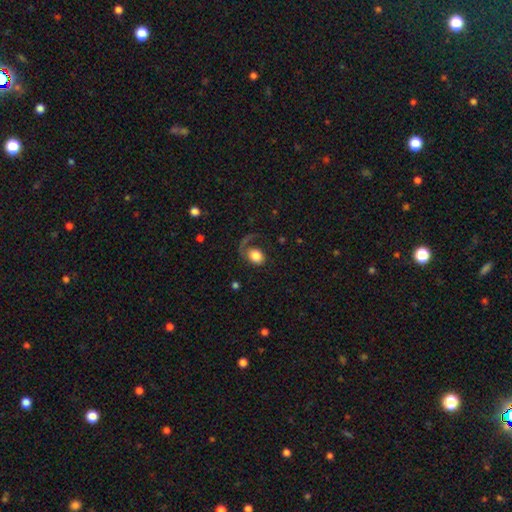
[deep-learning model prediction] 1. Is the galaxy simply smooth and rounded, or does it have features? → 61% smooth, 31% featured or disk, 8% star or artifact.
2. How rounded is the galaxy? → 54% in between, 45% round, 1% cigar-shaped.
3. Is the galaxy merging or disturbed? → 44% none, 37% major disturbance, 15% minor disturbance, 4% merger.